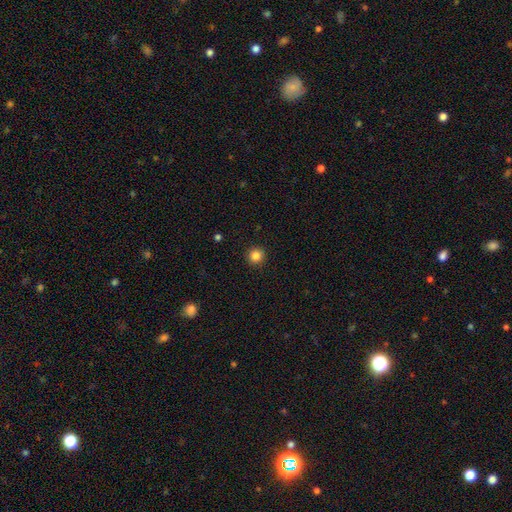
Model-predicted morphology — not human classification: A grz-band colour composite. It shows a smooth galaxy with no disk features (84%) that is round (95%). Merging: none (93%).